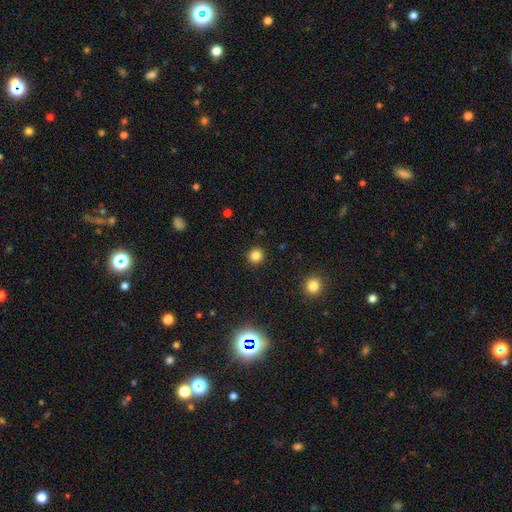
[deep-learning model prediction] The model was most divided on "smooth or featured": smooth: 82%, star or artifact: 13%, featured or disk: 4%. More confident: how rounded — round (93%); merging — none (92%).